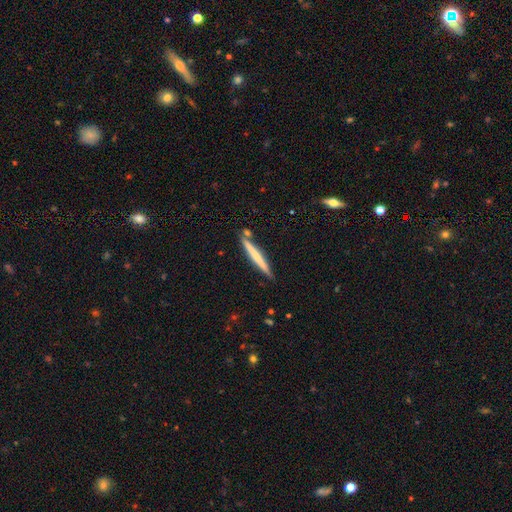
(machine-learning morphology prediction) This appears to be a smooth galaxy with no disk features (51%) that is cigar-shaped (97%). Merging: none (84%).